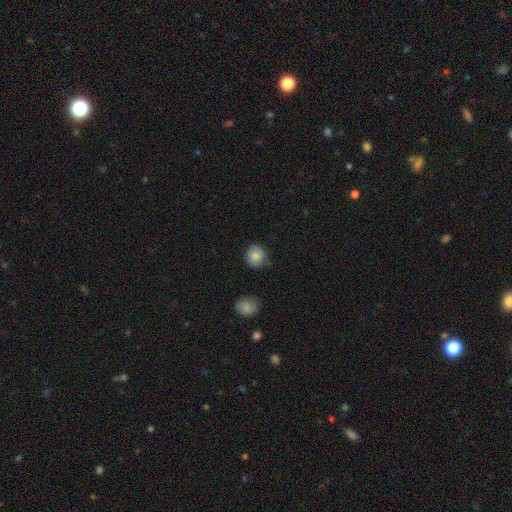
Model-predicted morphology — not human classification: type=smooth (85%); roundness=round (88%); merging=none (77%).